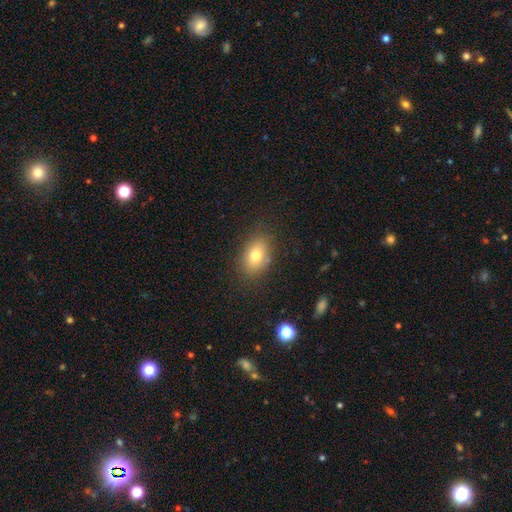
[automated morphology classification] smooth 75%, featured or disk 14%, star or artifact 11%. Down the decision tree: how rounded — in between (76%); merging — none (82%).